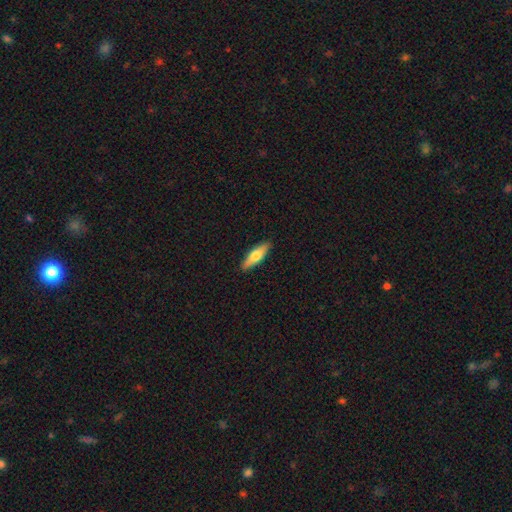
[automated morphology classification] type=smooth (61%); roundness=cigar-shaped (52%); merging=none (90%).